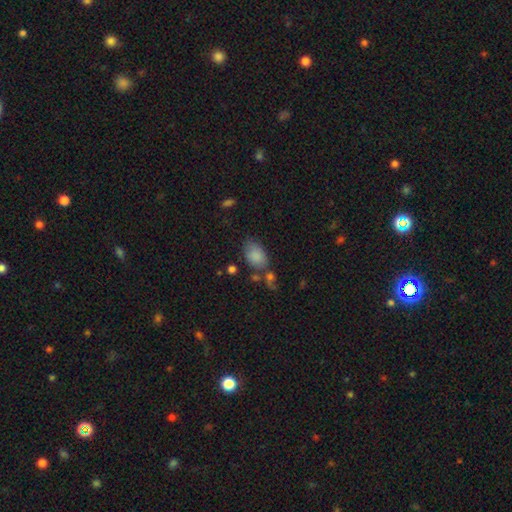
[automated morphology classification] This appears to be a smooth galaxy with no disk features (84%) that is in between round and cigar-shaped (88%). Merging: none (56%).